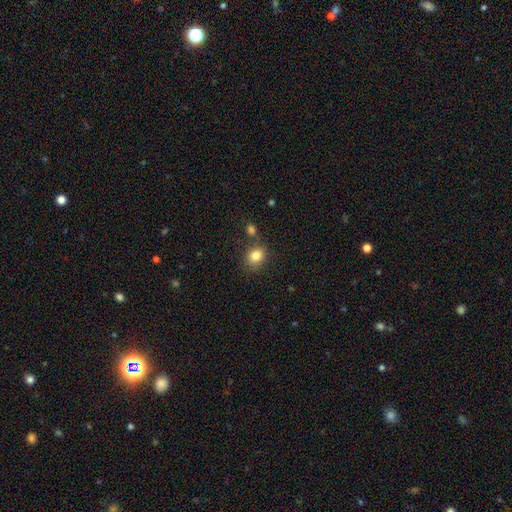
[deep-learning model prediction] Overall: smooth (83%). How rounded: round (57%; in between 42%). Merging: none (71%).